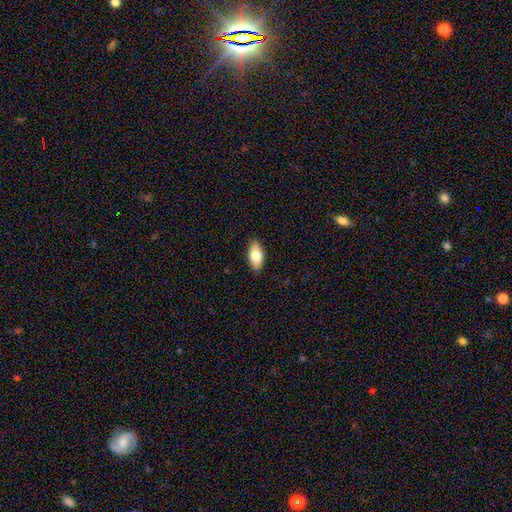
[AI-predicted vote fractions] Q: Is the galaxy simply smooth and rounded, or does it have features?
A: smooth — 78%.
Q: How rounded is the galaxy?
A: in between — 91%.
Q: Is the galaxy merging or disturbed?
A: none — 87%.